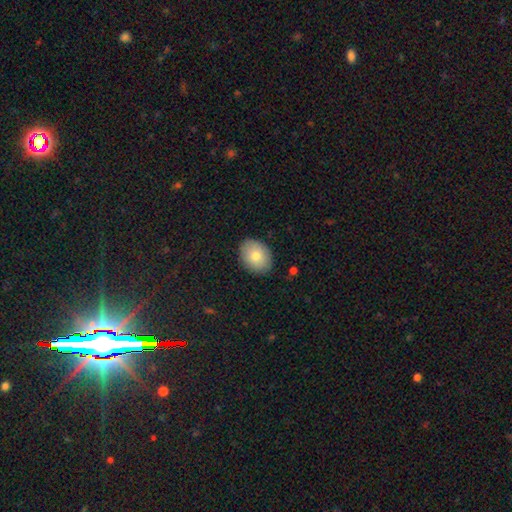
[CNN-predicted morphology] This appears to be a smooth galaxy with no disk features (79%) that is in between round and cigar-shaped (70%). Merging: none (87%).